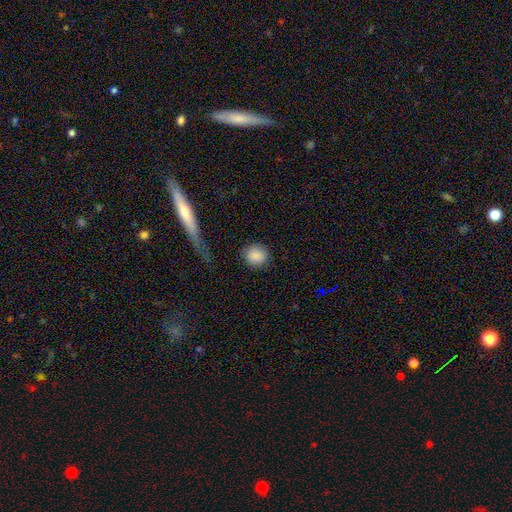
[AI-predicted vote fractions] smooth-or-featured: smooth: 88% | star or artifact: 7% | featured or disk: 5%
  how-rounded: round: 79% | in between: 19% | cigar-shaped: 2%
  merging: none: 83% | minor disturbance: 11% | major disturbance: 4% | merger: 2%